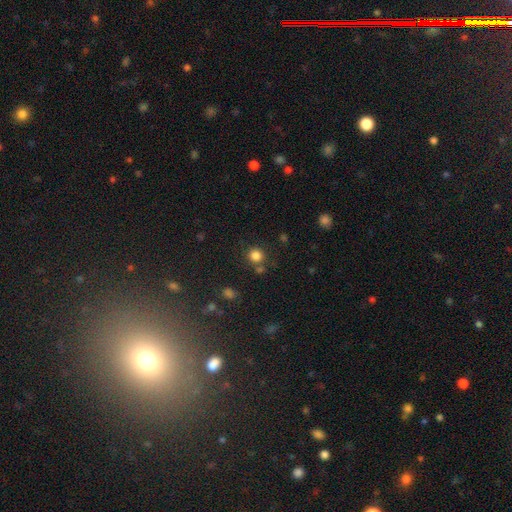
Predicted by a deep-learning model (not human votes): Morphology: type=smooth (82%); roundness=round (91%); merging=none (78%).